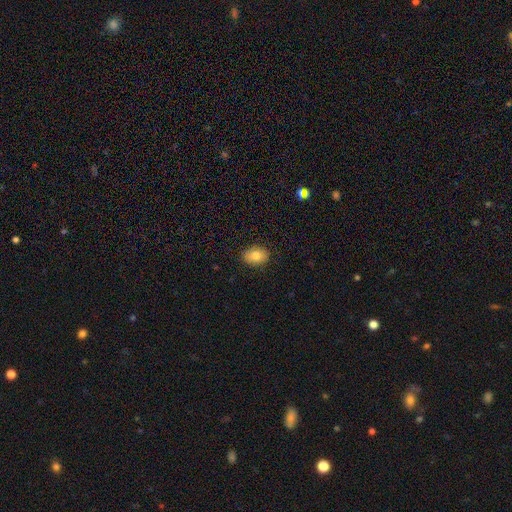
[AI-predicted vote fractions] A smooth galaxy with no disk features (83%) that is in between round and cigar-shaped (71%).

Vote fractions:
- Smooth or featured? smooth: 83% / featured or disk: 9% / star or artifact: 8%
- How rounded? in between: 71% / round: 28% / cigar-shaped: 1%
- Merging? none: 88% / minor disturbance: 9% / major disturbance: 2% / merger: 1%